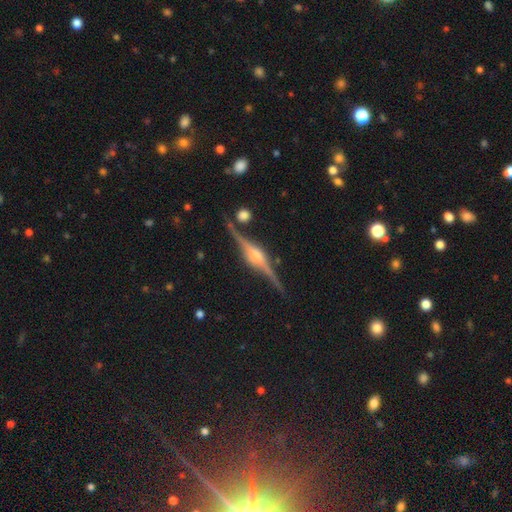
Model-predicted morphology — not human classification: Smooth or featured: featured or disk — 89% (smooth — 6%)
Edge-on disk: yes — 98% (no — 2%)
Edge-on bulge: rounded — 86% (boxy — 11%)
Merging: none — 85% (minor disturbance — 10%)